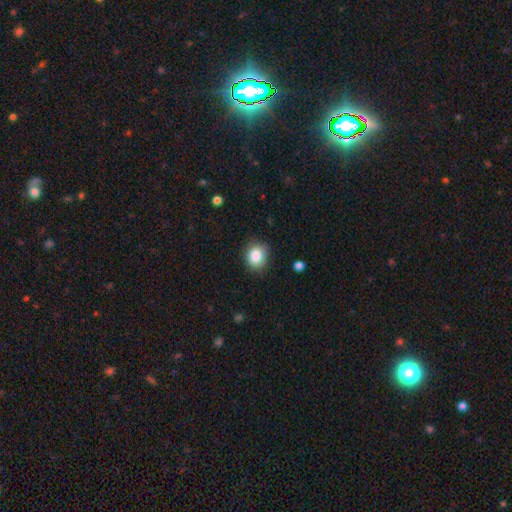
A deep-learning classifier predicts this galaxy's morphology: Smooth or featured? Predicted: smooth (p=0.85). How rounded? Predicted: round (p=0.64). Merging? Predicted: none (p=0.81).